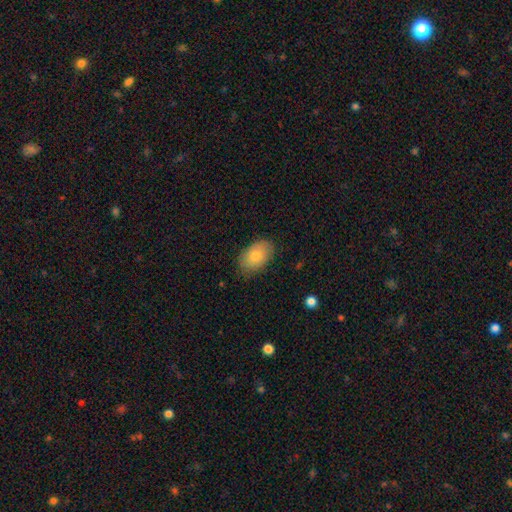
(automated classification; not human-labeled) Smooth or featured? Predicted: smooth (p=0.77). How rounded? Predicted: in between (p=0.90). Merging? Predicted: none (p=0.83).